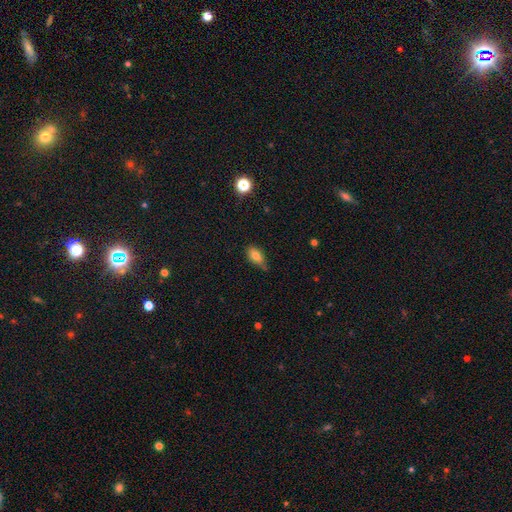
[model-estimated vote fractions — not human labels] smooth 77%, featured or disk 13%, star or artifact 10%. Down the decision tree: how rounded — in between (86%); merging — none (61%).